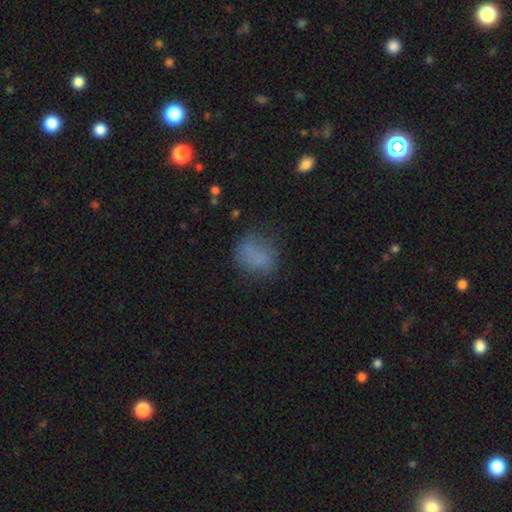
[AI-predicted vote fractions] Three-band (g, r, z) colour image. It shows a smooth galaxy with no disk features (77%) that is in between round and cigar-shaped (50%). Merging: none (65%).